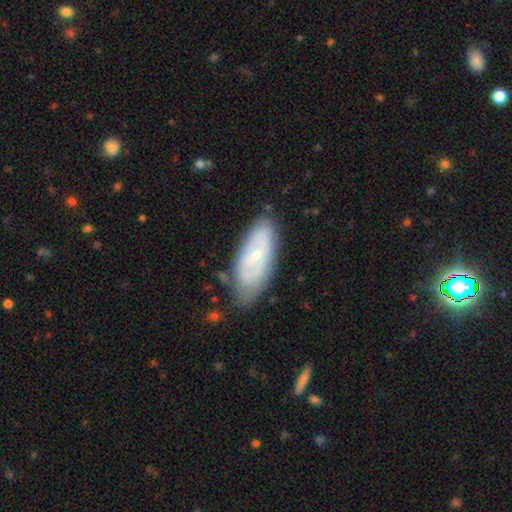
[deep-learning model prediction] Smooth or featured: featured or disk — 64% (smooth — 30%)
Edge-on disk: no — 89% (yes — 11%)
Bar: no — 52% (weak — 36%)
Spiral arms: yes — 66% (no — 34%)
Bulge size: small — 70% (moderate — 27%)
Merging: none — 69% (minor disturbance — 23%)